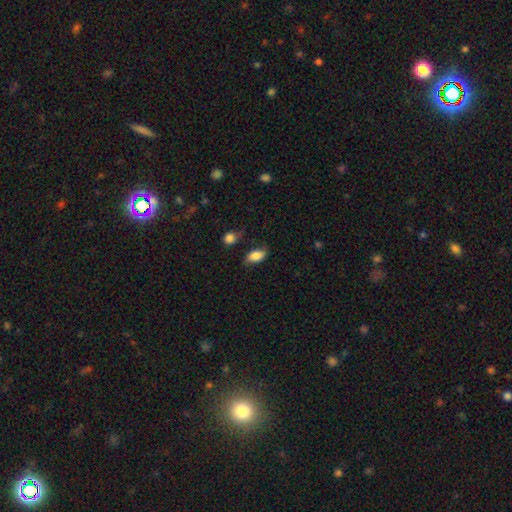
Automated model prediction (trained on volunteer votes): A smooth galaxy with no disk features (83%) that is in between round and cigar-shaped (90%).

Vote fractions:
- Smooth or featured? smooth: 83% / featured or disk: 9% / star or artifact: 8%
- How rounded? in between: 90% / round: 7% / cigar-shaped: 3%
- Merging? none: 65% / minor disturbance: 24% / major disturbance: 7% / merger: 4%